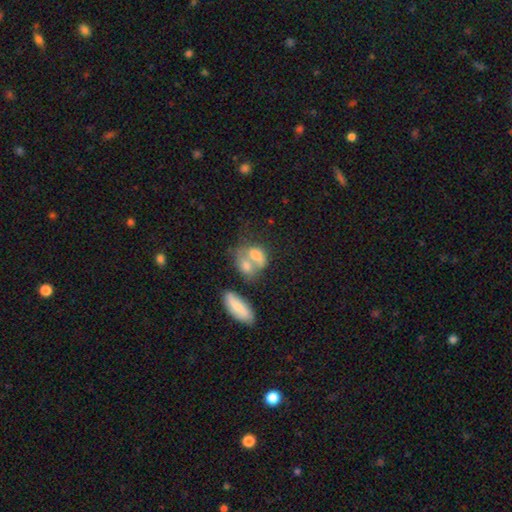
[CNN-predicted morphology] This appears to be a smooth galaxy with no disk features (64%) that is in between round and cigar-shaped (73%). Merging: merger (60%).